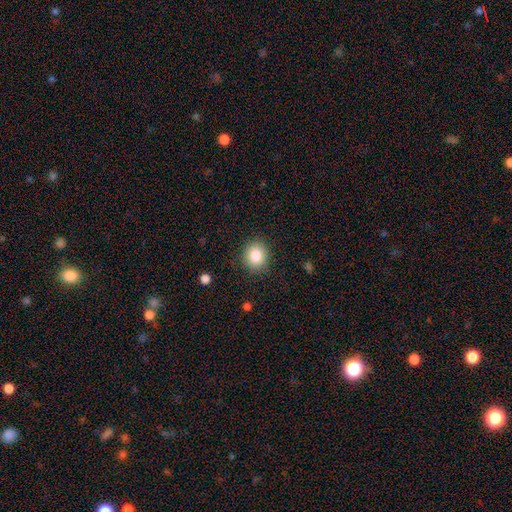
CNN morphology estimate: Smooth or featured? smooth (85%)
How rounded? round (75%)
Merging? none (87%)